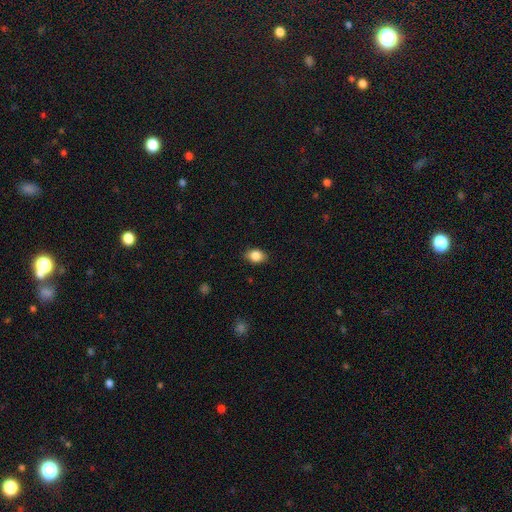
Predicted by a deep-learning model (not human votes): The model was most divided on "how rounded": in between: 71%, round: 28%, cigar-shaped: 2%. More confident: smooth or featured — smooth (85%); merging — none (84%).